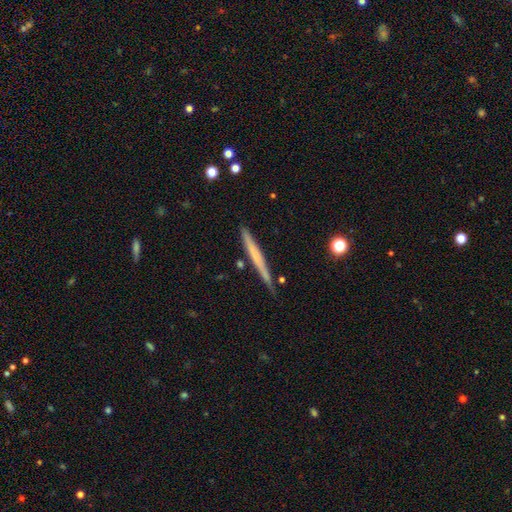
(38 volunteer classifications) Volunteers were most divided on "smooth or featured": featured or disk: 53%, smooth: 42%, star or artifact: 5%. More confident: edge-on bulge — none (94%); edge-on disk — yes (90%); merging — none (67%).